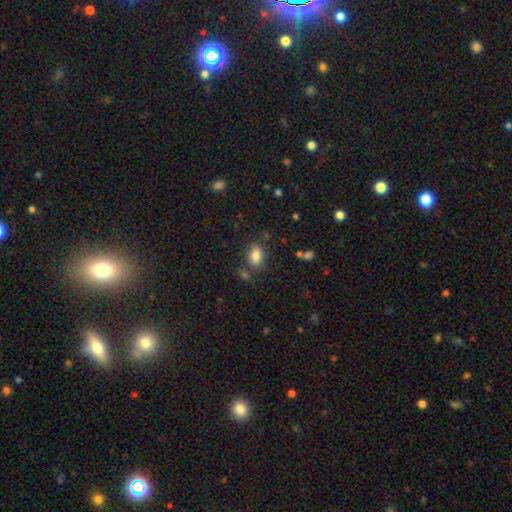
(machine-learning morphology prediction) smooth_or_featured: smooth (p=0.84) [alt: star or artifact p=0.09]
how_rounded: in between (p=0.85) [alt: round p=0.13]
merging: none (p=0.75) [alt: minor disturbance p=0.13]